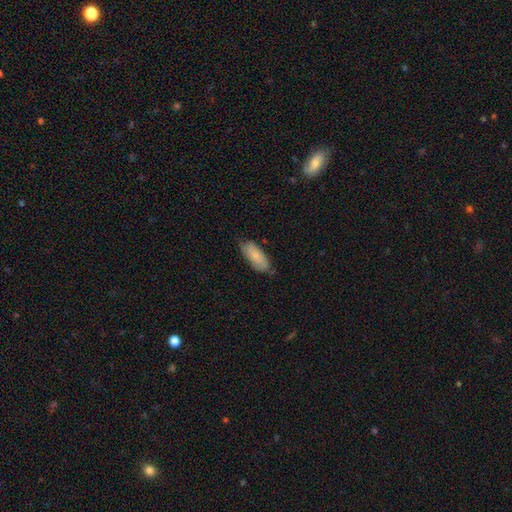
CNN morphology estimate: Overall: smooth (77%). How rounded: in between (81%). Merging: none (68%).